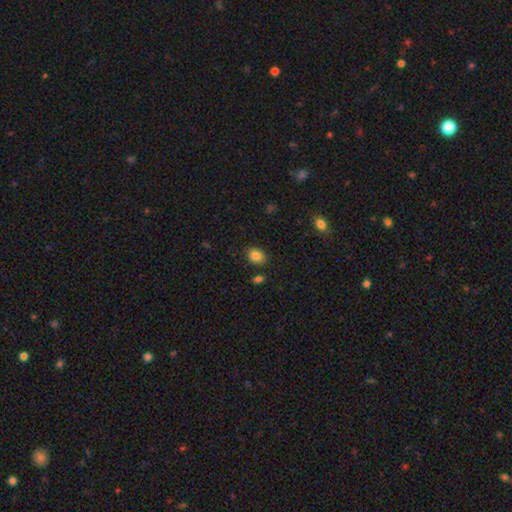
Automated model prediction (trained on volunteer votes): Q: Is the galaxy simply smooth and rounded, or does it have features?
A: smooth — 85%.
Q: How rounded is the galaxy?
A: in between — 64%.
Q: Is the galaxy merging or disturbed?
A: none — 82%.